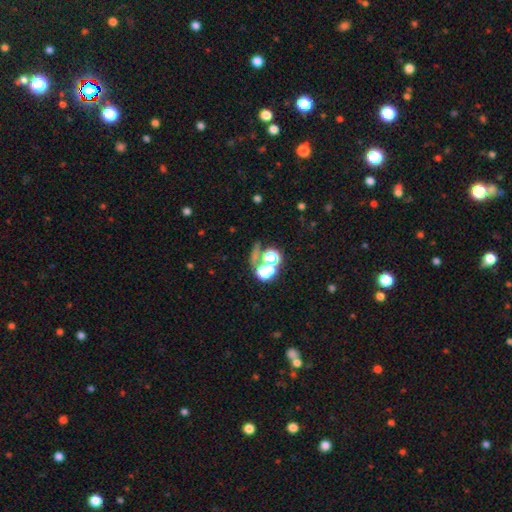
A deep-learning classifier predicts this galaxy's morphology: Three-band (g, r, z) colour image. It shows a star or artifact, not a galaxy (48%).